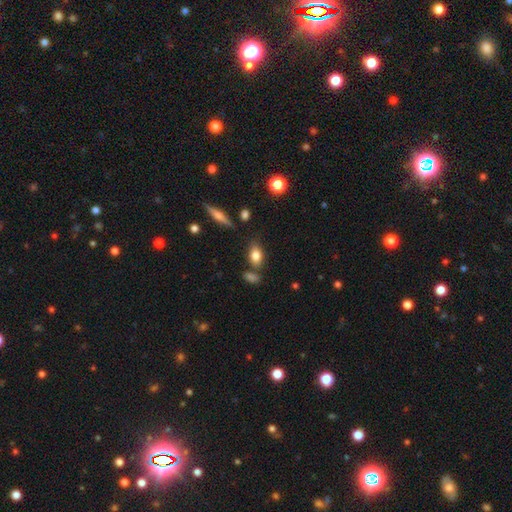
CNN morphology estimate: Smooth or featured: smooth — 78% (featured or disk — 13%)
How rounded: in between — 82% (round — 12%)
Merging: none — 69% (minor disturbance — 16%)